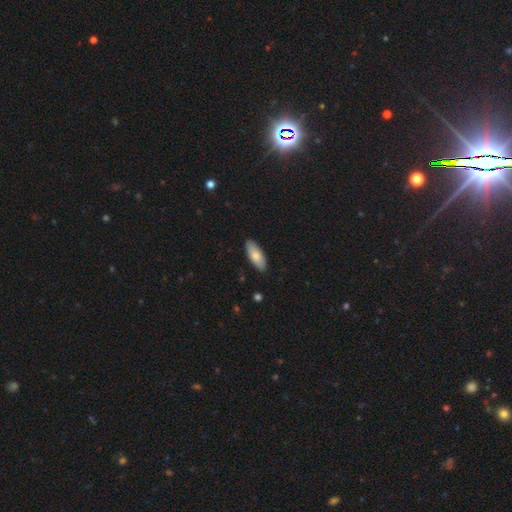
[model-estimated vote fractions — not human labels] Smooth or featured?
  - smooth: 76% *
  - featured or disk: 18%
  - star or artifact: 6%
How rounded?
  - in between: 79% *
  - cigar-shaped: 19%
  - round: 2%
Merging?
  - none: 89% *
  - minor disturbance: 9%
  - major disturbance: 2%
  - merger: 1%